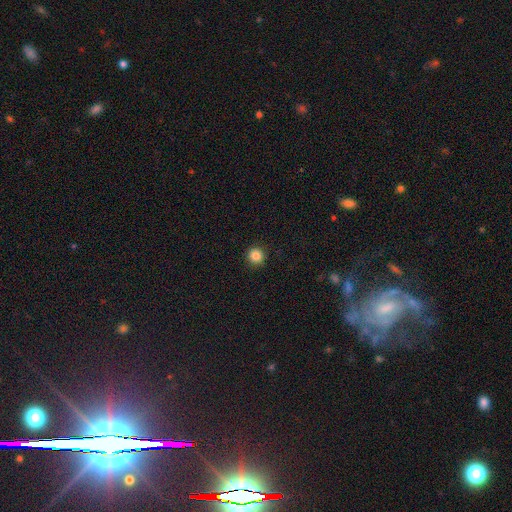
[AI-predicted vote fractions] A smooth galaxy with no disk features (85%) that is round (95%). Merging: none (93%).